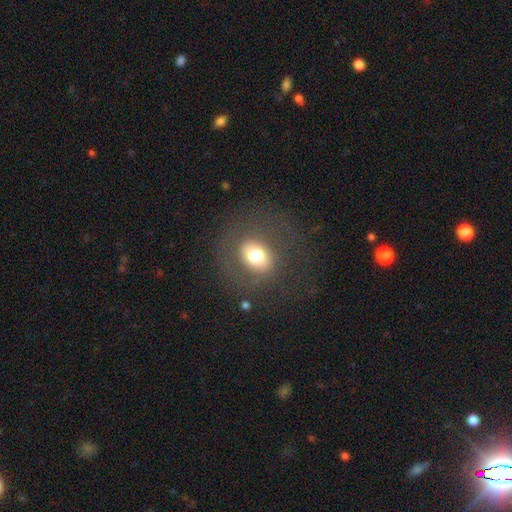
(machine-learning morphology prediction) A smooth galaxy with no disk features (66%) that is round (60%).

Vote fractions:
- Smooth or featured? smooth: 66% / featured or disk: 20% / star or artifact: 13%
- How rounded? round: 60% / in between: 39% / cigar-shaped: 1%
- Merging? none: 73% / major disturbance: 13% / minor disturbance: 13% / merger: 2%